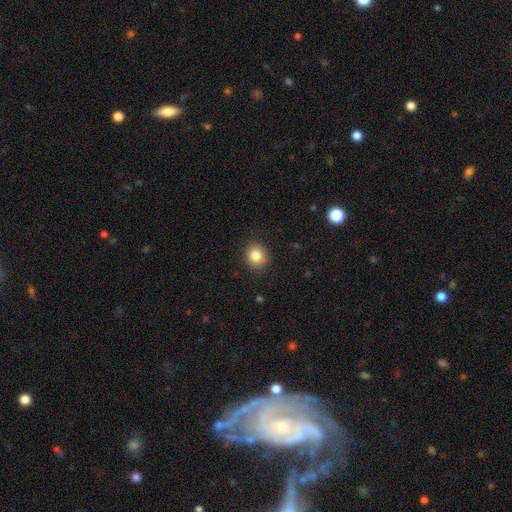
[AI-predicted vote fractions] The model was most divided on "how rounded": round: 77%, in between: 22%, cigar-shaped: 1%. More confident: merging — none (88%); smooth or featured — smooth (83%).